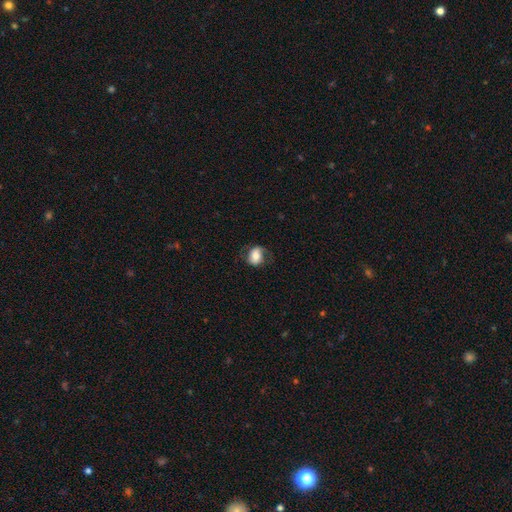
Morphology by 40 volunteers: This is likely a smooth galaxy (65%). How rounded: likely in between (69%). Merging: likely none (71%).